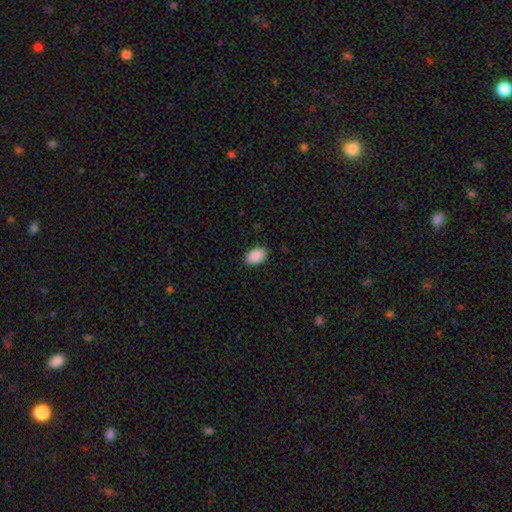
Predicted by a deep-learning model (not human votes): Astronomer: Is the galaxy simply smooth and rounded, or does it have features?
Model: smooth — 91%.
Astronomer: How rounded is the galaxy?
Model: in between — 90%.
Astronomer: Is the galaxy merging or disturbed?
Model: none — 88%.